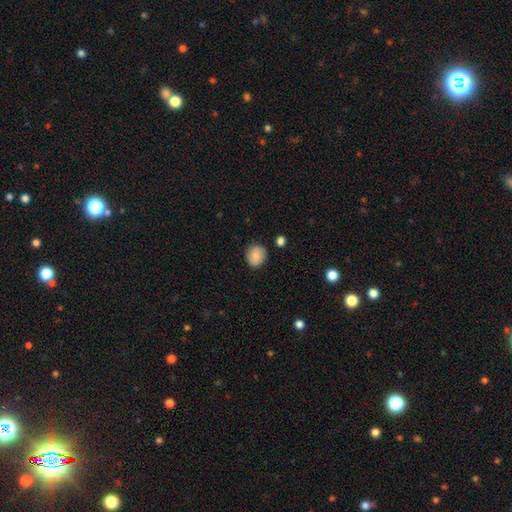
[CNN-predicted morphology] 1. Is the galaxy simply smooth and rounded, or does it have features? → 84% smooth, 8% featured or disk, 8% star or artifact.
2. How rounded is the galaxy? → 75% round, 24% in between, 1% cigar-shaped.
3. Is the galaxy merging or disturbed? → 82% none, 13% minor disturbance, 3% major disturbance, 2% merger.